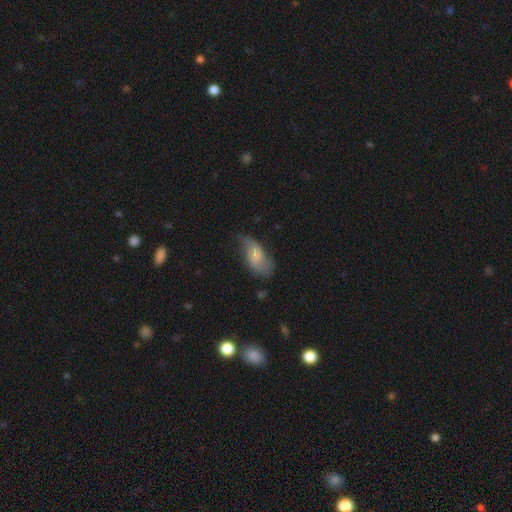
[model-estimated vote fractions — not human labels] smooth_or_featured: smooth (p=0.49) [alt: featured or disk p=0.43]
merging: none (p=0.43) [alt: minor disturbance p=0.34]